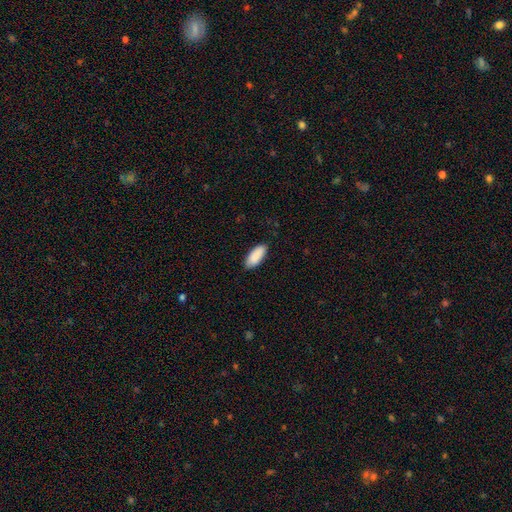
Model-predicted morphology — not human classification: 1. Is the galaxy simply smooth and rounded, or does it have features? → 91% smooth, 6% star or artifact, 4% featured or disk.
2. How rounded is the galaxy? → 87% in between, 11% cigar-shaped, 2% round.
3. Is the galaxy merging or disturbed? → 85% none, 12% minor disturbance, 2% major disturbance, 1% merger.